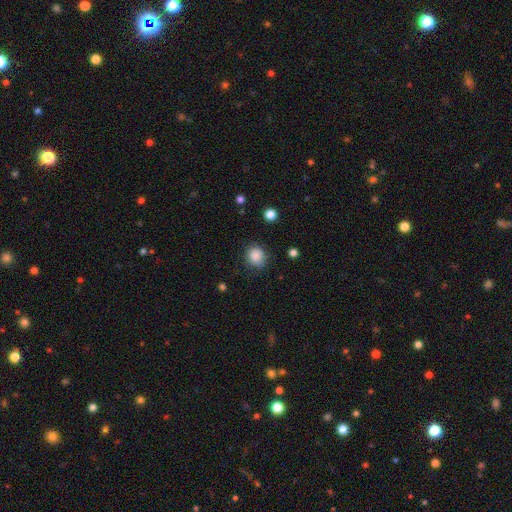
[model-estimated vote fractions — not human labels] This is clearly a smooth galaxy (86%). How rounded: likely round (78%). Merging: clearly none (81%).